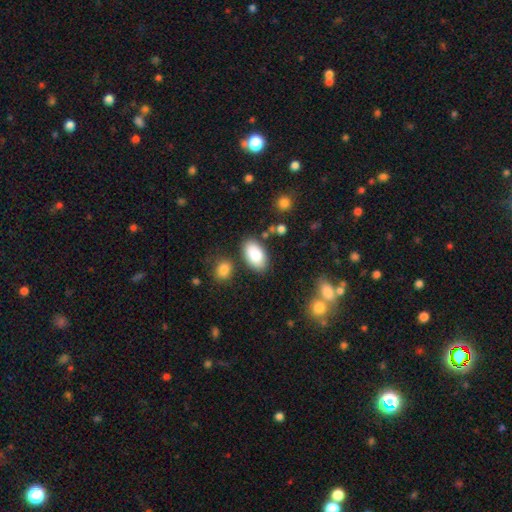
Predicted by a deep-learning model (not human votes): Smooth or featured: smooth — 85% (featured or disk — 9%)
How rounded: in between — 94% (round — 4%)
Merging: none — 79% (minor disturbance — 12%)